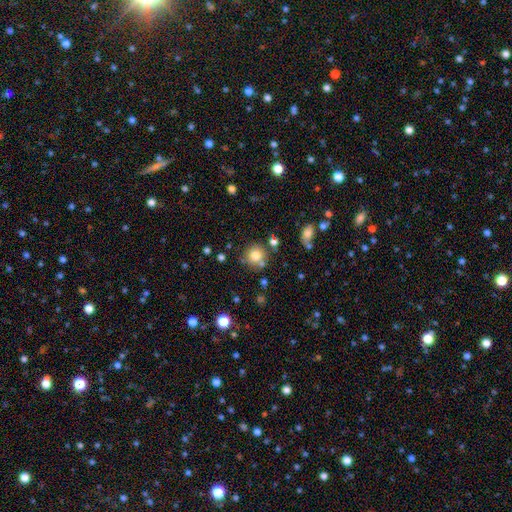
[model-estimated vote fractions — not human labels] Smooth or featured? smooth (79%)
How rounded? round (90%)
Merging? none (73%)